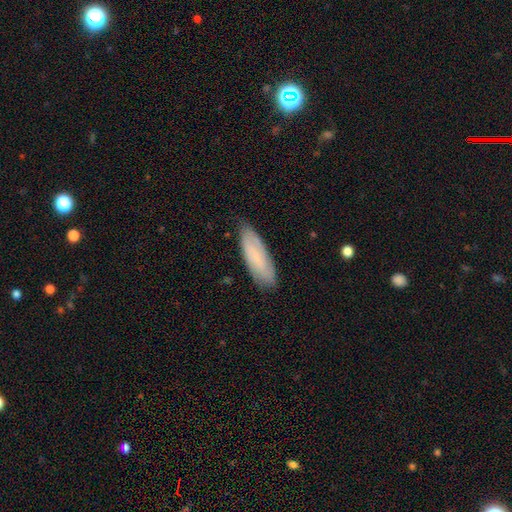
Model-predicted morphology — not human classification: Smooth or featured? smooth (63%)
How rounded? in between (57%)
Merging? none (78%)